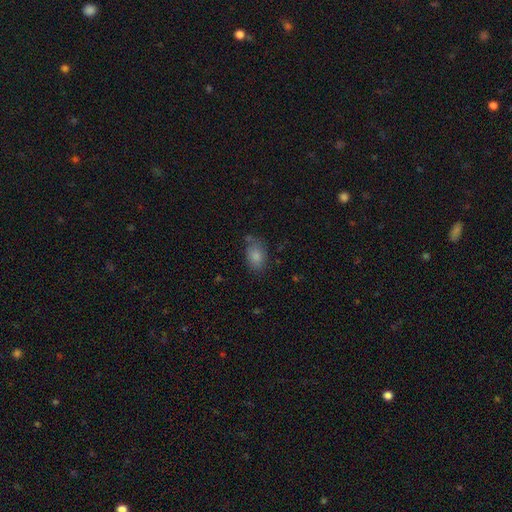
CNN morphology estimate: Smooth or featured? smooth (84%)
How rounded? in between (87%)
Merging? none (66%)